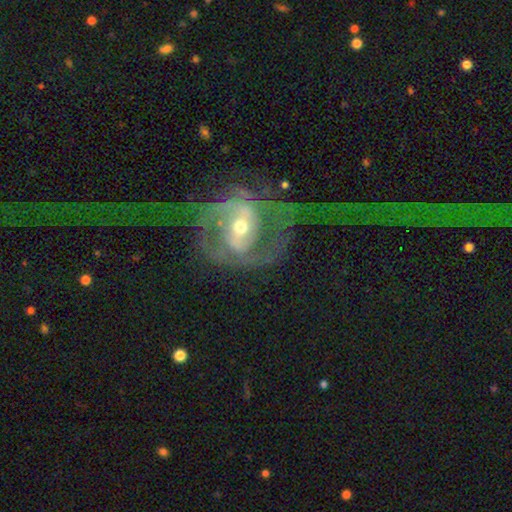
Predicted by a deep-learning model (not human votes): Smooth or featured?
  - featured or disk: 87% *
  - star or artifact: 7%
  - smooth: 6%
Edge-on disk?
  - no: 95% *
  - yes: 5%
Bar?
  - strong: 40% *
  - weak: 38%
  - no: 22%
Spiral arms?
  - yes: 92% *
  - no: 8%
Spiral winding?
  - loose: 48% *
  - medium: 35%
  - tight: 17%
Spiral arm count?
  - 2: 84% *
  - can't tell: 6%
  - 1: 3%
  - 3: 3%
  - 4: 2%
  - more than 4: 2%
Bulge size?
  - moderate: 58% *
  - small: 35%
  - large: 5%
  - dominant: 1%
  - none: 1%
Merging?
  - none: 43% *
  - major disturbance: 41%
  - minor disturbance: 12%
  - merger: 4%